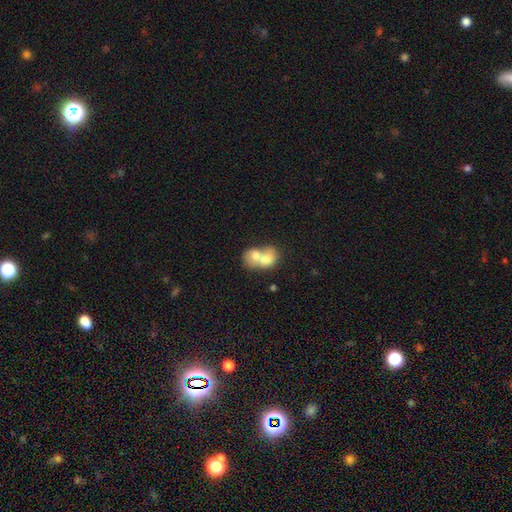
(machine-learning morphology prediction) A smooth galaxy with no disk features (67%) that is in between round and cigar-shaped (51%). Merging: merger (81%).